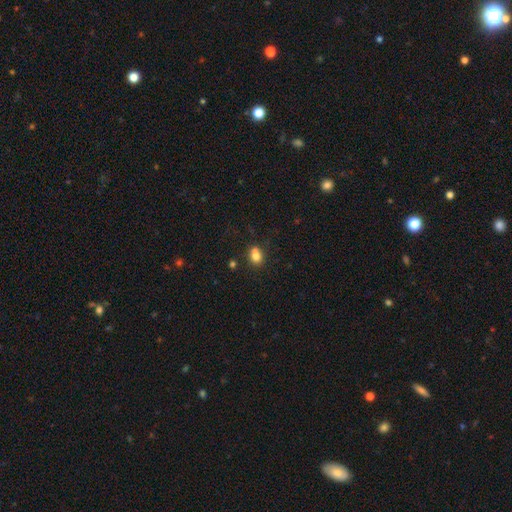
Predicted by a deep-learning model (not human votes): Morphology: type=smooth (76%); roundness=round (64%); merging=none (42%).